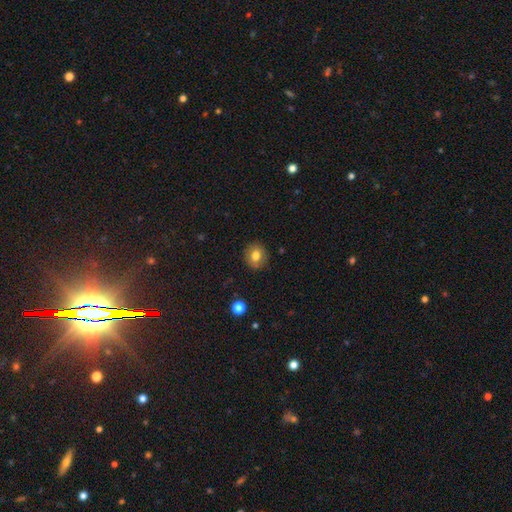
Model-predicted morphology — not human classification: Q: Smooth or featured?
A: smooth (78%); runner-up: featured or disk (12%)
Q: How rounded?
A: round (76%); runner-up: in between (23%)
Q: Merging?
A: none (86%); runner-up: minor disturbance (10%)